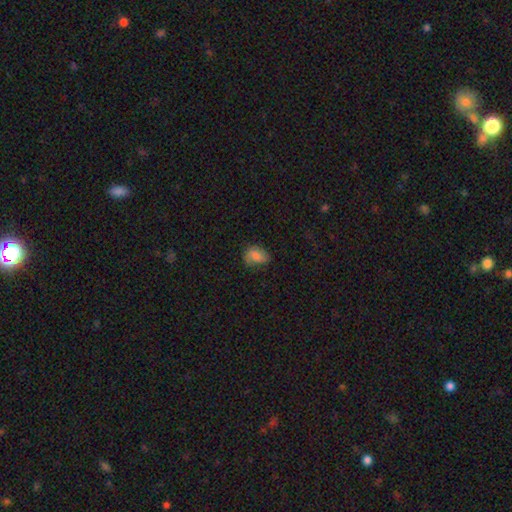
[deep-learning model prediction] smooth-or-featured: smooth: 75% | featured or disk: 16% | star or artifact: 9%
  how-rounded: in between: 65% | round: 34% | cigar-shaped: 1%
  merging: none: 60% | minor disturbance: 29% | major disturbance: 9% | merger: 1%